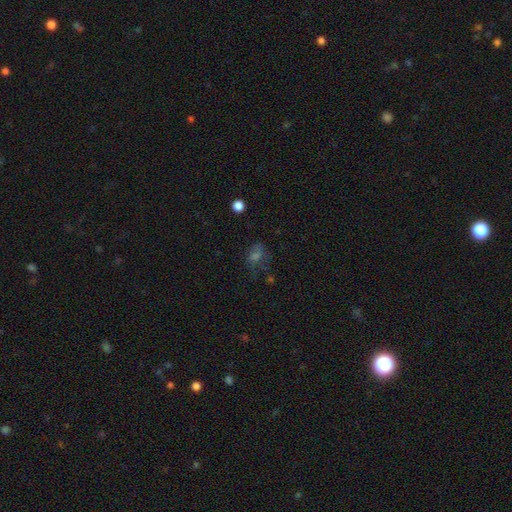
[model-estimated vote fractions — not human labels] Morphology: type=smooth (44%); merging=none (54%).